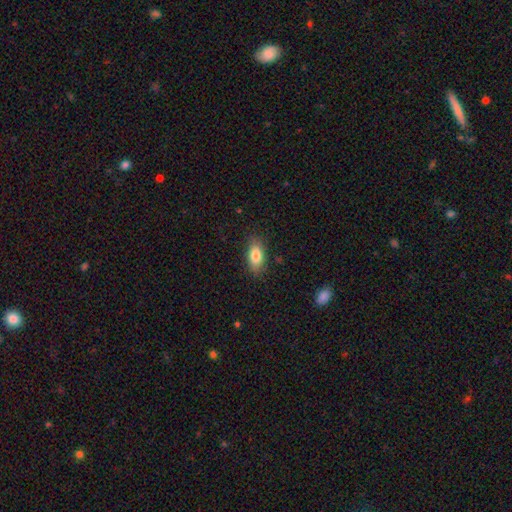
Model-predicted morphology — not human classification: smooth-or-featured: smooth: 82% | featured or disk: 11% | star or artifact: 7%
  how-rounded: in between: 86% | cigar-shaped: 9% | round: 5%
  merging: none: 82% | minor disturbance: 14% | major disturbance: 3% | merger: 1%